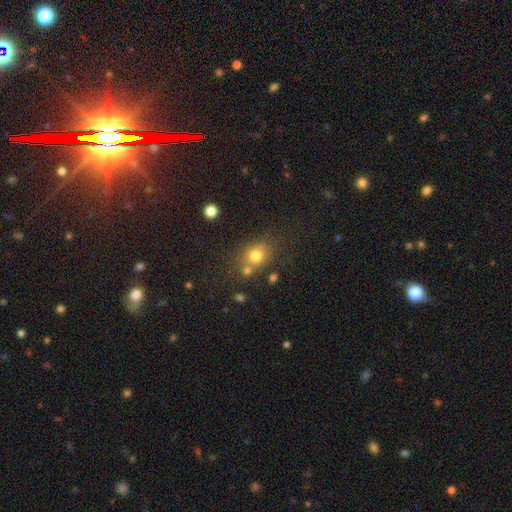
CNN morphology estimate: A smooth galaxy with no disk features (75%) that is round (64%). Merging: none (63%).